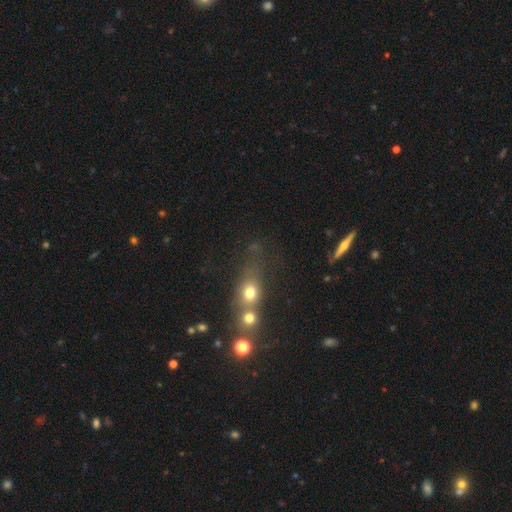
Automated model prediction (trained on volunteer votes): smooth_or_featured: smooth (p=0.49) [alt: star or artifact p=0.28]
merging: none (p=0.44) [alt: merger p=0.34]